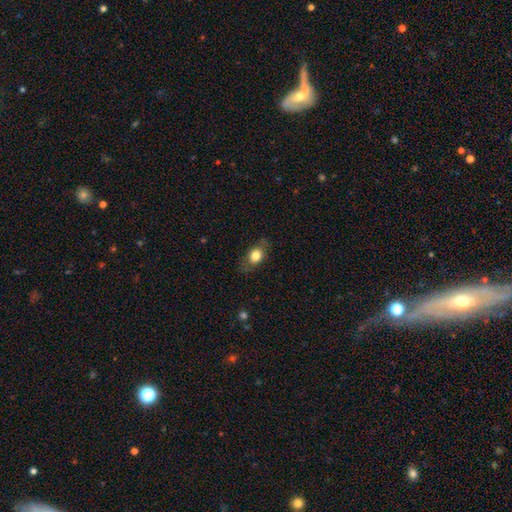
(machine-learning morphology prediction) Overall: smooth (76%). How rounded: in between (69%). Merging: none (74%).